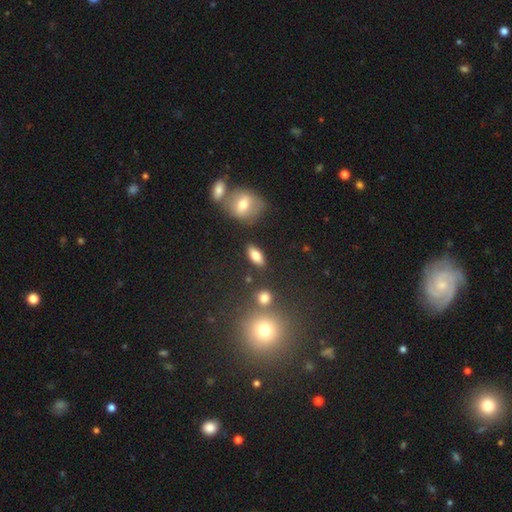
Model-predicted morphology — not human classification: This appears to be a smooth galaxy with no disk features (78%) that is in between round and cigar-shaped (83%). Merging: none (82%).